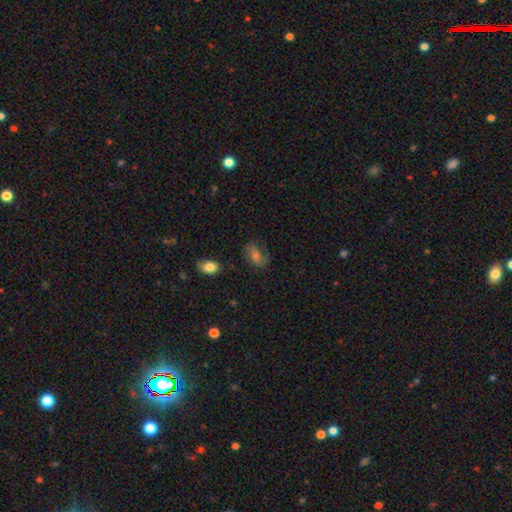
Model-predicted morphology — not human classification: Smooth or featured: featured or disk — 46% (smooth — 39%)
Merging: none — 75% (minor disturbance — 16%)